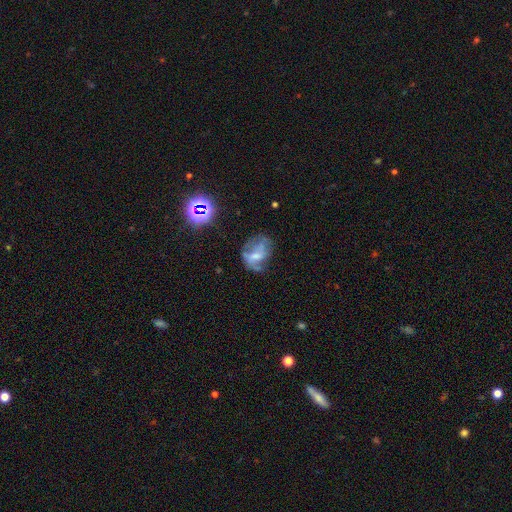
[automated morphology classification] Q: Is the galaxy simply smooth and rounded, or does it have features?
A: featured or disk — 54%.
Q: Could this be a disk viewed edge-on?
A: no — 97%.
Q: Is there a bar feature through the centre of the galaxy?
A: no — 57%.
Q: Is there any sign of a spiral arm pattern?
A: no — 54%.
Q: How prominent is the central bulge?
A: small — 39%.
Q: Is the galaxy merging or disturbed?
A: none — 39%.